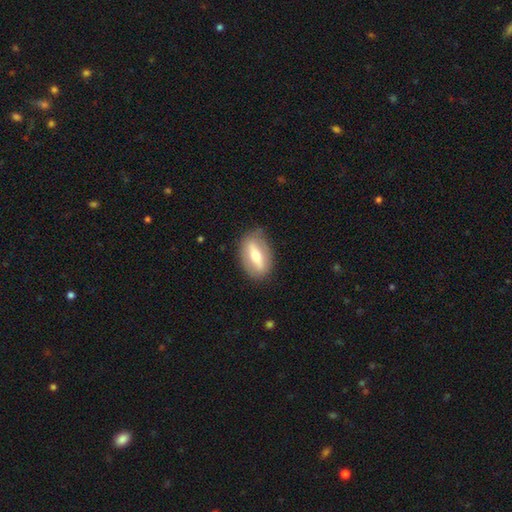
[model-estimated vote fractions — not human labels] The model was most divided on "smooth or featured": featured or disk: 56%, smooth: 38%, star or artifact: 6%. More confident: merging — none (82%); edge-on disk — no (65%).